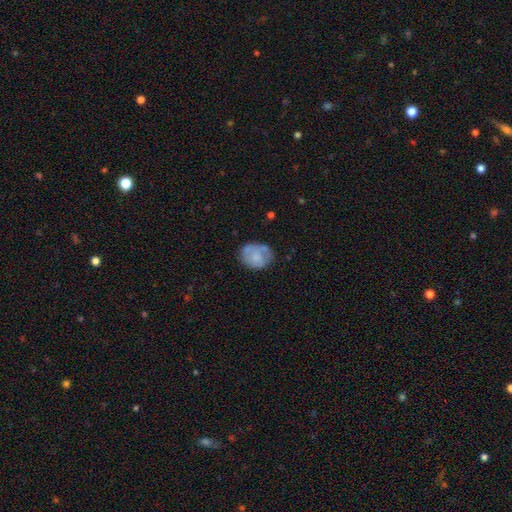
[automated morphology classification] smooth 62%, featured or disk 31%, star or artifact 8%. Down the decision tree: how rounded — round (55%); merging — none (58%).